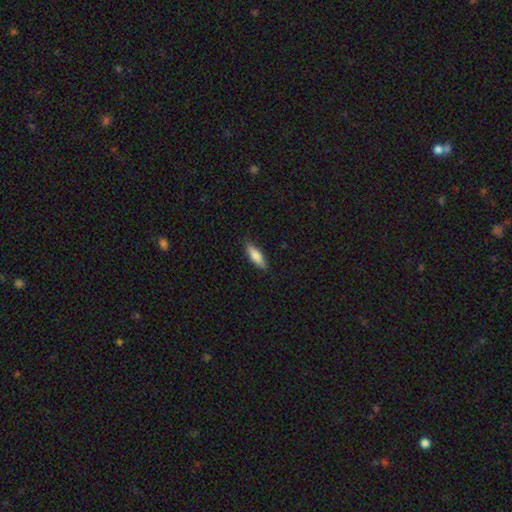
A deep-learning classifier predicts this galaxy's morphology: This appears to be a smooth galaxy with no disk features (82%) that is cigar-shaped (52%). Merging: none (87%).